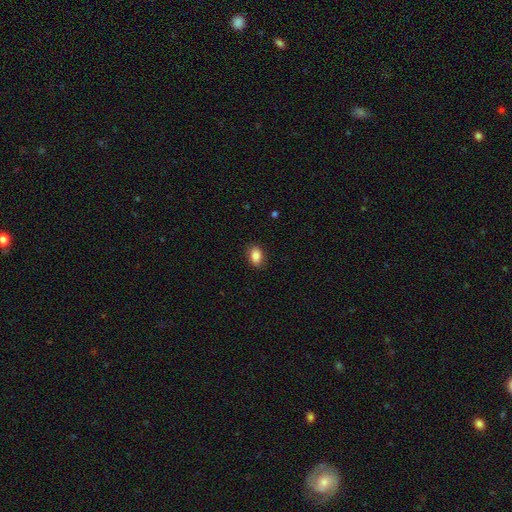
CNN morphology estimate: This appears to be a smooth galaxy with no disk features (86%) that is in between round and cigar-shaped (82%). Merging: none (86%).